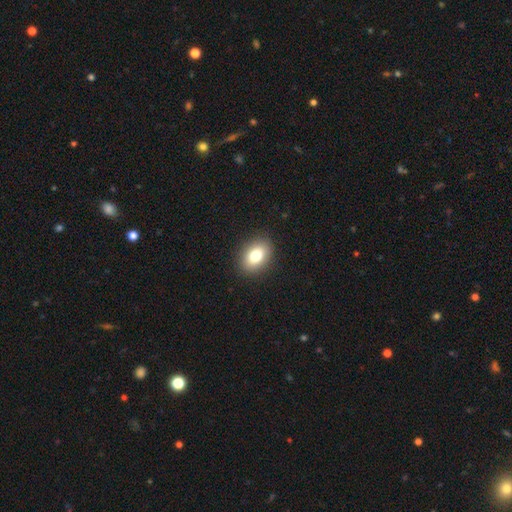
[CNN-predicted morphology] A smooth galaxy with no disk features (80%) that is in between round and cigar-shaped (79%).

Vote fractions:
- Smooth or featured? smooth: 80% / featured or disk: 11% / star or artifact: 9%
- How rounded? in between: 79% / round: 20% / cigar-shaped: 1%
- Merging? none: 89% / minor disturbance: 8% / major disturbance: 2% / merger: 1%